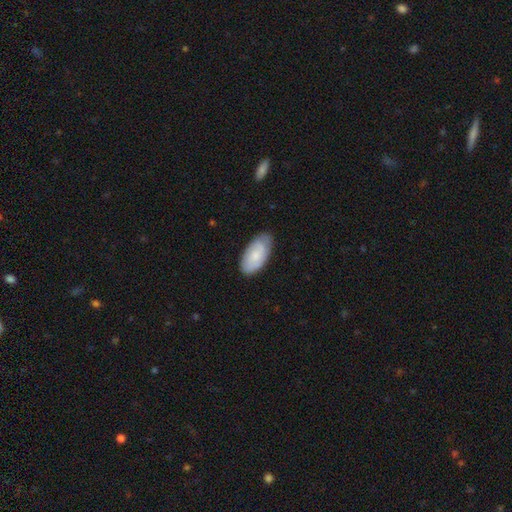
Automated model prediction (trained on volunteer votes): smooth-or-featured: smooth: 63% | featured or disk: 32% | star or artifact: 6%
  how-rounded: in between: 93% | cigar-shaped: 4% | round: 2%
  merging: none: 76% | minor disturbance: 19% | major disturbance: 3% | merger: 1%